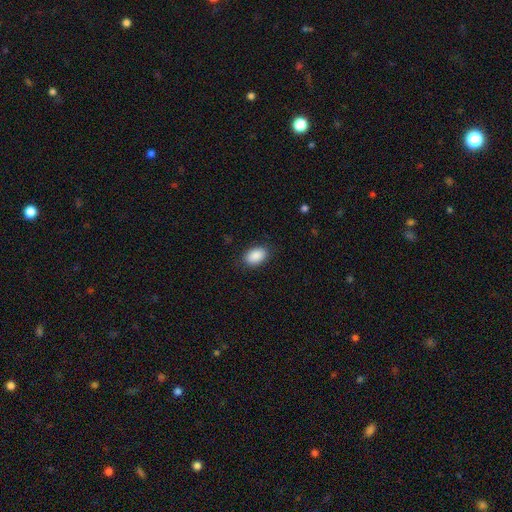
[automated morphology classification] Smooth or featured? Predicted: smooth (p=0.90). How rounded? Predicted: in between (p=0.88). Merging? Predicted: none (p=0.86).